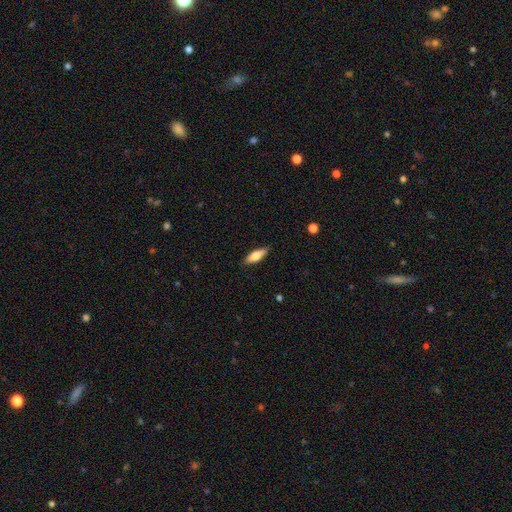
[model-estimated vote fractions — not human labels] Overall: smooth (63%; featured or disk 31%). How rounded: in between (52%; cigar-shaped 46%). Merging: none (86%).